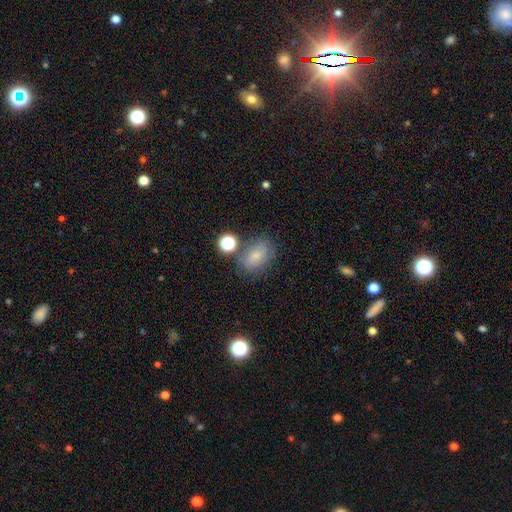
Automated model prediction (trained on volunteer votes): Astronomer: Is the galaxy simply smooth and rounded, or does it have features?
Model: smooth — 70%.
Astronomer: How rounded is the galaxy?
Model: in between — 73%.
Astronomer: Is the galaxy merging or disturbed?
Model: none — 64%.